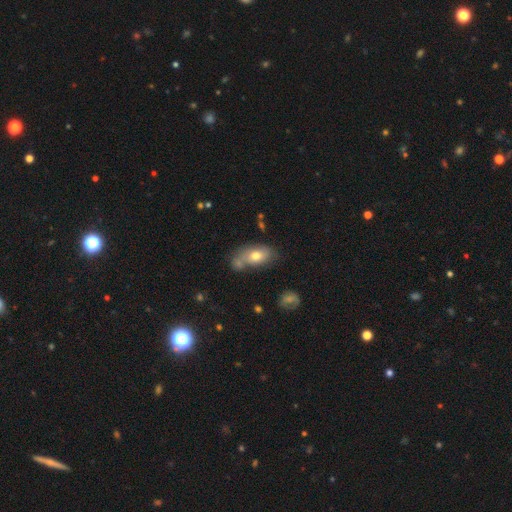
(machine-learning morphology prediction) smooth 70%, featured or disk 21%, star or artifact 8%. Down the decision tree: how rounded — in between (88%); merging — none (47%).